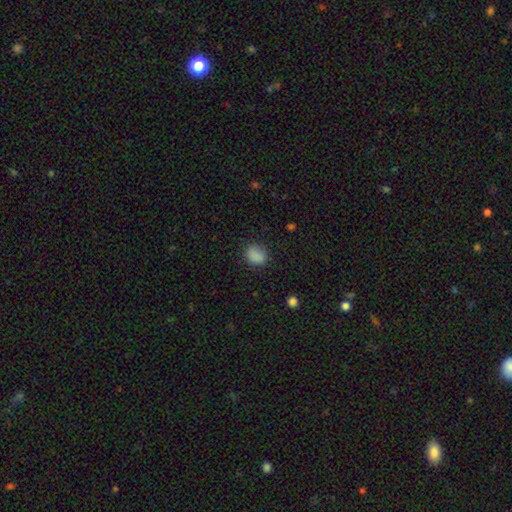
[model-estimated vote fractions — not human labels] Morphology: type=smooth (86%); roundness=in between (59%); merging=none (80%).